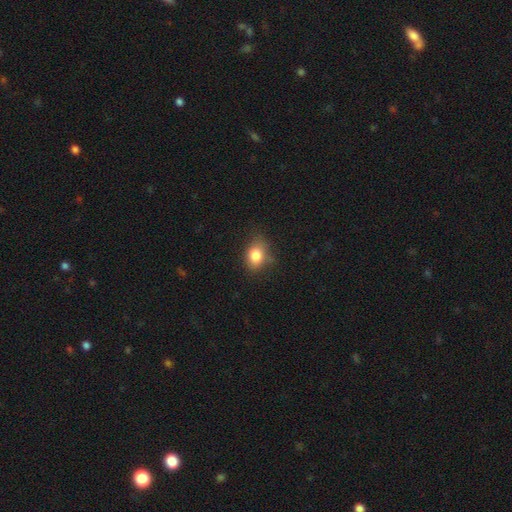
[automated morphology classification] A smooth galaxy with no disk features (82%) that is in between round and cigar-shaped (66%).

Vote fractions:
- Smooth or featured? smooth: 82% / star or artifact: 10% / featured or disk: 8%
- How rounded? in between: 66% / round: 33% / cigar-shaped: 1%
- Merging? none: 67% / minor disturbance: 24% / major disturbance: 6% / merger: 2%